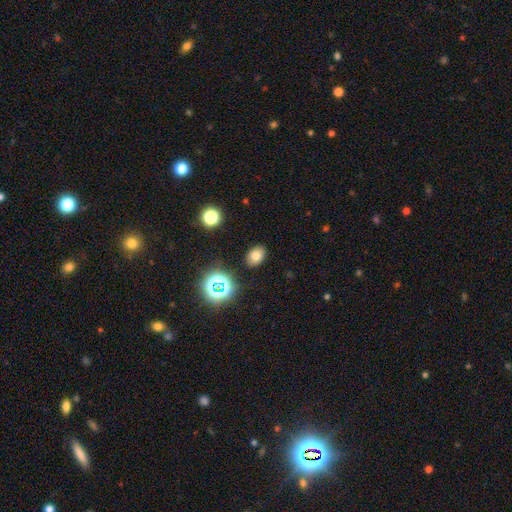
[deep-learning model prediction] This is likely a smooth galaxy (73%). How rounded: likely in between (70%). Merging: clearly none (87%).